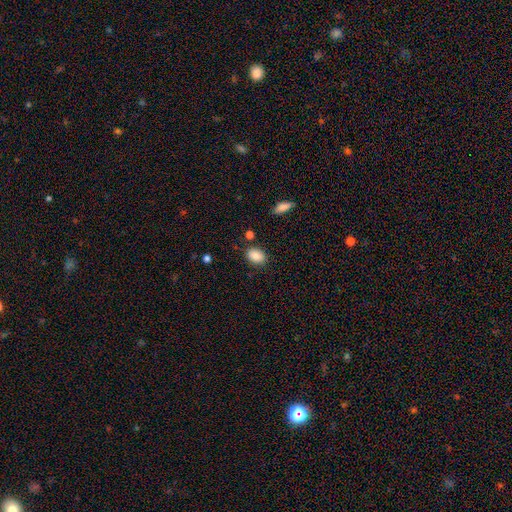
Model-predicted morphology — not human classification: Q: Smooth or featured?
A: smooth (86%); runner-up: star or artifact (8%)
Q: How rounded?
A: in between (78%); runner-up: round (20%)
Q: Merging?
A: none (84%); runner-up: minor disturbance (11%)